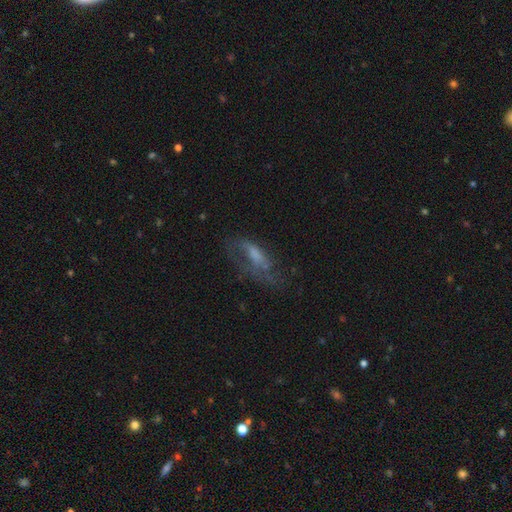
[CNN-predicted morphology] smooth-or-featured: featured or disk: 51% | smooth: 38% | star or artifact: 11%
  disk-edge-on: no: 85% | yes: 15%
  merging: none: 39% | major disturbance: 35% | minor disturbance: 24% | merger: 3%